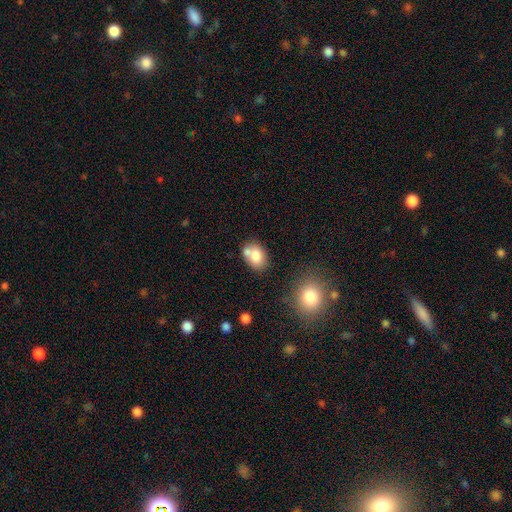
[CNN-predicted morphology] Q: Smooth or featured?
A: smooth (77%); runner-up: featured or disk (14%)
Q: How rounded?
A: in between (67%); runner-up: round (32%)
Q: Merging?
A: none (48%); runner-up: merger (32%)